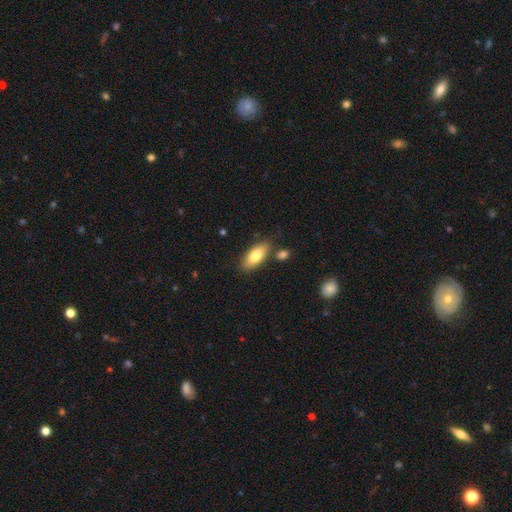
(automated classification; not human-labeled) Smooth or featured? Predicted: smooth (p=0.77). How rounded? Predicted: in between (p=0.82). Merging? Predicted: none (p=0.78).